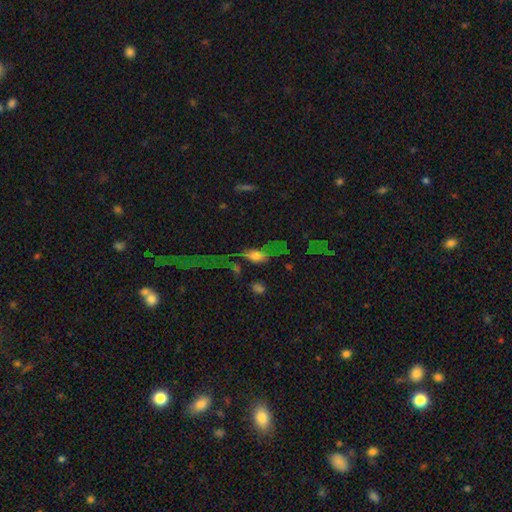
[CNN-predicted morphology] smooth 54%, featured or disk 32%, star or artifact 15%. Down the decision tree: how rounded — in between (72%); merging — none (35%).